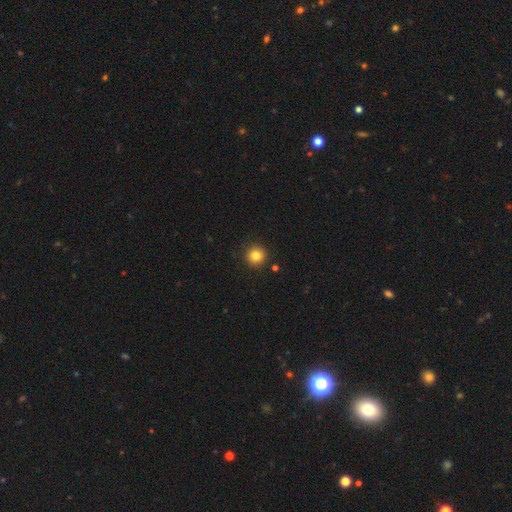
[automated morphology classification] A smooth galaxy with no disk features (84%) that is round (94%).

Vote fractions:
- Smooth or featured? smooth: 84% / star or artifact: 11% / featured or disk: 5%
- How rounded? round: 94% / in between: 5% / cigar-shaped: 1%
- Merging? none: 91% / minor disturbance: 6% / merger: 2% / major disturbance: 2%